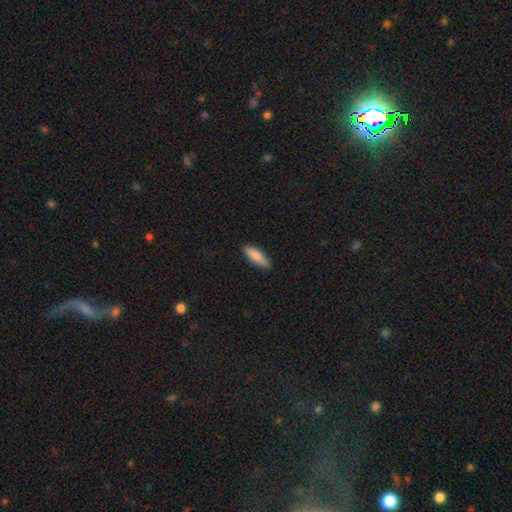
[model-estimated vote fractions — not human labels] Smooth or featured? Predicted: smooth (p=0.85). How rounded? Predicted: cigar-shaped (p=0.54). Merging? Predicted: none (p=0.86).